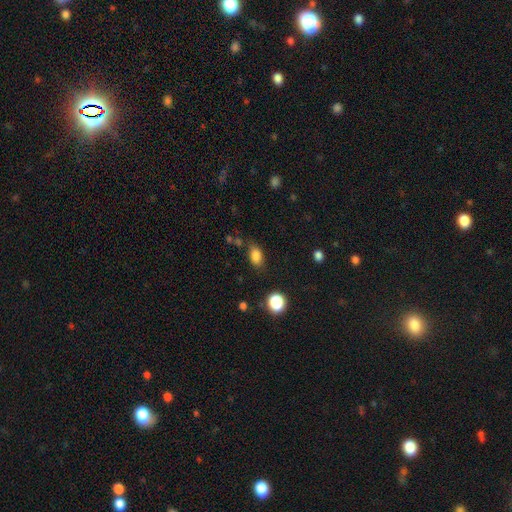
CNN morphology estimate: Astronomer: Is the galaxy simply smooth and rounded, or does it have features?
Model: smooth — 83%.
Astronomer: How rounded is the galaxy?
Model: in between — 84%.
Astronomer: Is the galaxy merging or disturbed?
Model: none — 77%.